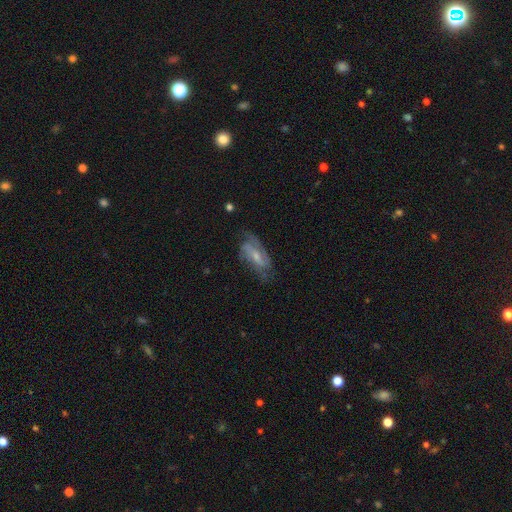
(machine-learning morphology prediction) This is likely a featured or disk galaxy (76%). It is clearly not viewed edge-on (93%). Bar: possibly weak (46%). Spiral arm pattern: clearly yes (91%). Spiral arm count: possibly 2 (59%). Spiral winding: possibly medium (46%). Central bulge: possibly small (49%). Merging: likely none (62%).